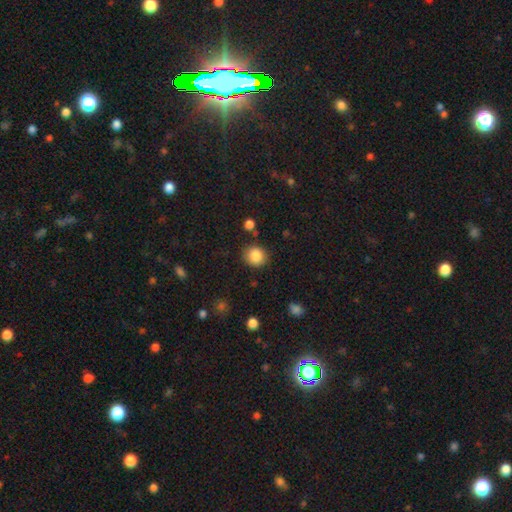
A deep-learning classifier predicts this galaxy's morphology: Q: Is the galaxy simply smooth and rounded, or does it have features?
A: smooth — 86%.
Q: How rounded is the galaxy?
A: round — 83%.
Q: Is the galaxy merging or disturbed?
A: none — 84%.